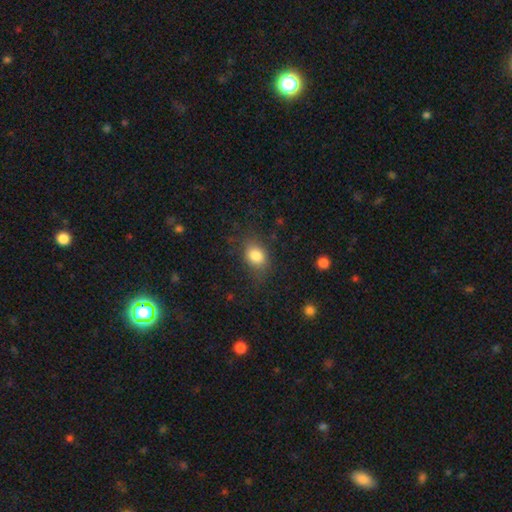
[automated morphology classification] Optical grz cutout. It shows a smooth galaxy with no disk features (83%) that is in between round and cigar-shaped (67%). Merging: none (73%).